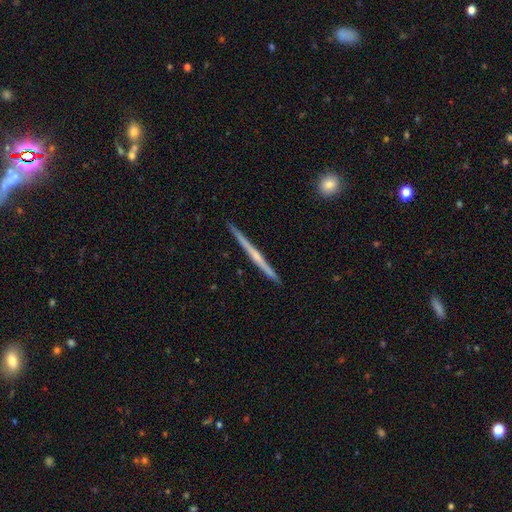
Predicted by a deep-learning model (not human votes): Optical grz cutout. It shows a featured or disk galaxy (67%) viewed edge-on (98%) with no central bulge (61%). Merging: none (92%).